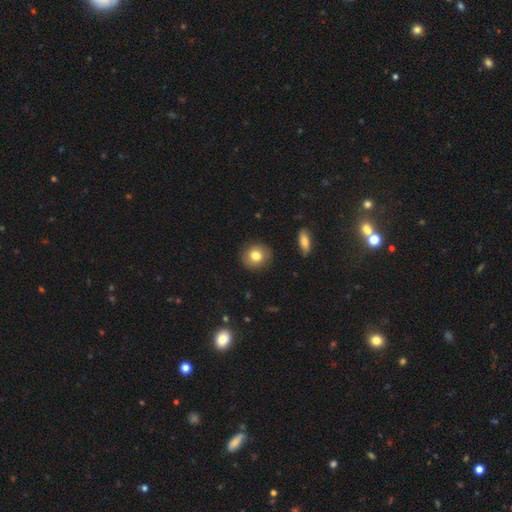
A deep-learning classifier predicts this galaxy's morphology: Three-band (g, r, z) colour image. It shows a smooth galaxy with no disk features (80%) that is round (85%). Merging: none (88%).